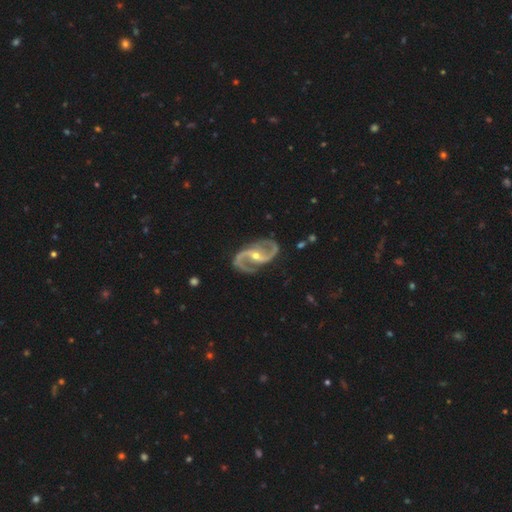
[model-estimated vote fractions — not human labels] Smooth or featured? Predicted: featured or disk (p=0.94). Edge-on disk? Predicted: no (p=0.98). Bar? Predicted: weak (p=0.37). Spiral arms? Predicted: yes (p=0.98). Spiral winding? Predicted: medium (p=0.50). Spiral arm count? Predicted: 2 (p=0.94). Bulge size? Predicted: small (p=0.58). Merging? Predicted: none (p=0.81).